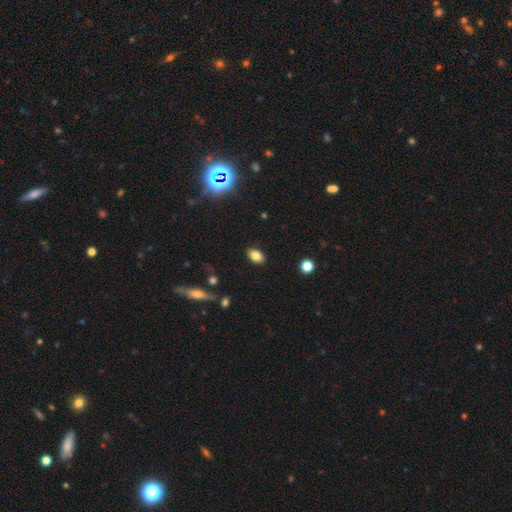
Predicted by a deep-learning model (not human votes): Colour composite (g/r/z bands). It shows a smooth galaxy with no disk features (81%) that is in between round and cigar-shaped (86%). Merging: none (87%).